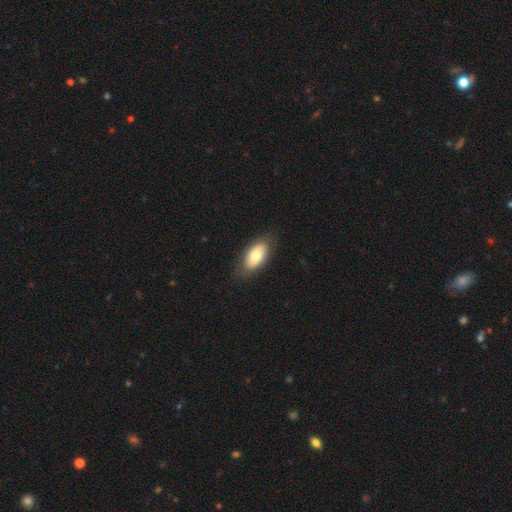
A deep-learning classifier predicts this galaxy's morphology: A smooth galaxy with no disk features (74%) that is in between round and cigar-shaped (92%).

Vote fractions:
- Smooth or featured? smooth: 74% / featured or disk: 20% / star or artifact: 6%
- How rounded? in between: 92% / cigar-shaped: 5% / round: 3%
- Merging? none: 81% / minor disturbance: 14% / major disturbance: 4% / merger: 1%